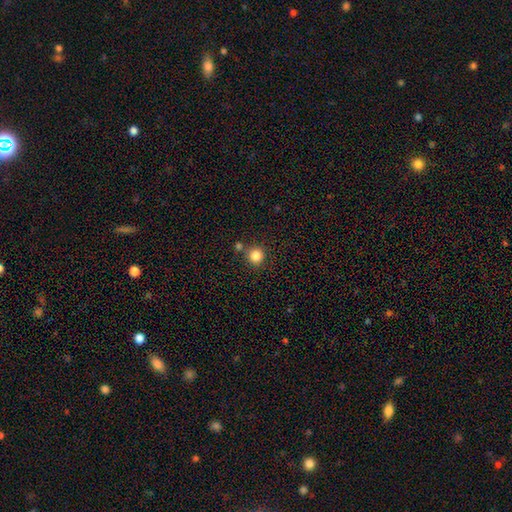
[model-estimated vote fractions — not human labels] Smooth or featured: smooth — 84% (star or artifact — 11%)
How rounded: round — 93% (in between — 6%)
Merging: none — 76% (merger — 13%)